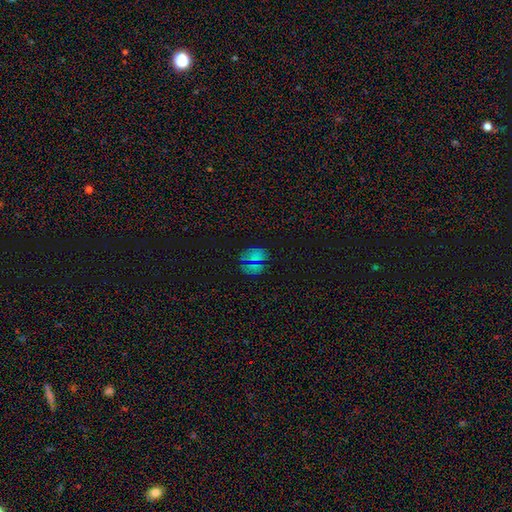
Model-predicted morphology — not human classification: Overall: smooth (61%; star or artifact 29%). How rounded: round (66%; in between 32%). Merging: none (81%).